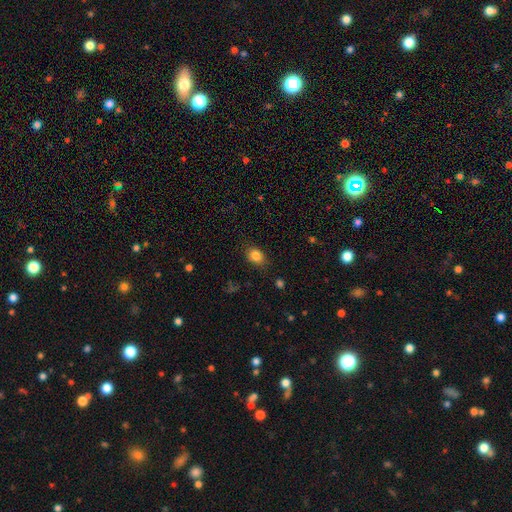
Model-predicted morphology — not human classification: smooth_or_featured: smooth (p=0.84) [alt: star or artifact p=0.10]
how_rounded: in between (p=0.63) [alt: round p=0.36]
merging: none (p=0.81) [alt: minor disturbance p=0.14]